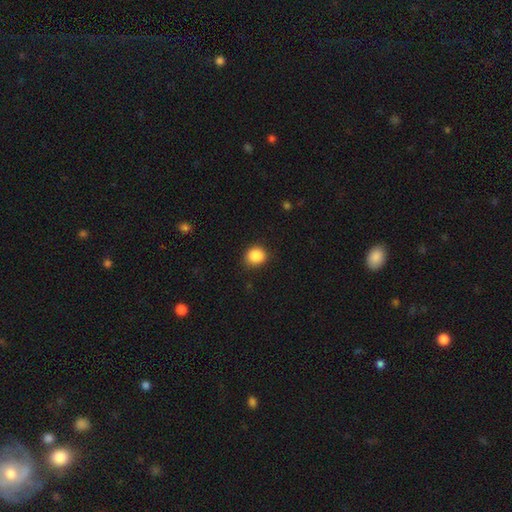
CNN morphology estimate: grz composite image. It shows a smooth galaxy with no disk features (88%) that is round (77%). Merging: none (84%).